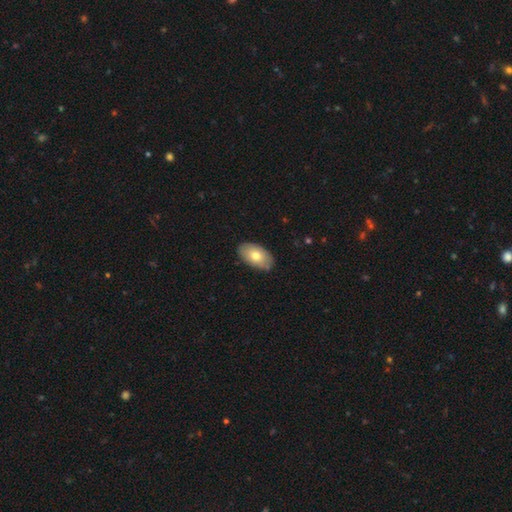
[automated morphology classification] Smooth or featured: smooth — 72% (featured or disk — 22%)
How rounded: in between — 94% (round — 5%)
Merging: none — 86% (minor disturbance — 10%)